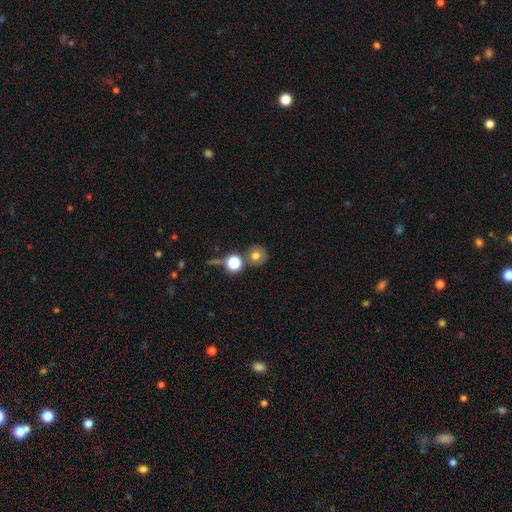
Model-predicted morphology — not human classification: Smooth or featured?
  - smooth: 70% *
  - star or artifact: 16%
  - featured or disk: 14%
How rounded?
  - round: 88% *
  - in between: 10%
  - cigar-shaped: 1%
Merging?
  - none: 68% *
  - merger: 17%
  - minor disturbance: 10%
  - major disturbance: 5%